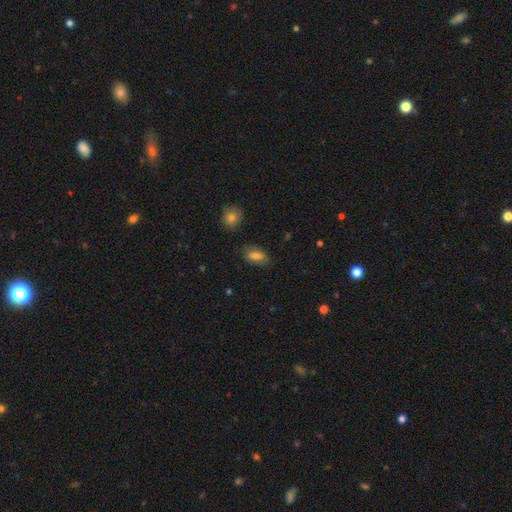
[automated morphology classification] smooth-or-featured: smooth: 80% | featured or disk: 10% | star or artifact: 9%
  how-rounded: in between: 84% | cigar-shaped: 11% | round: 5%
  merging: none: 77% | minor disturbance: 16% | major disturbance: 5% | merger: 2%